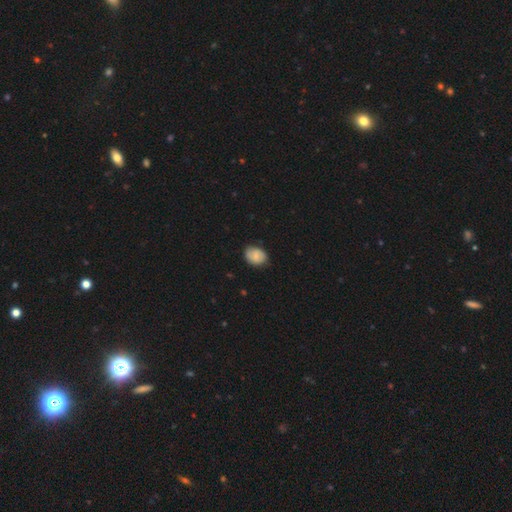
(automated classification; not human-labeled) Morphology: type=smooth (75%); roundness=in between (65%); merging=none (80%).